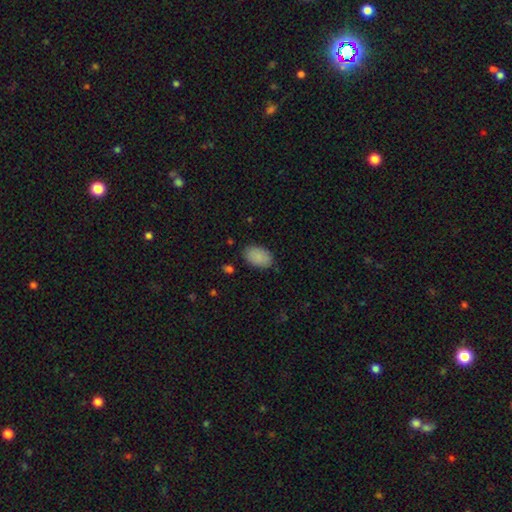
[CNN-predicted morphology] Q: Smooth or featured?
A: smooth (88%); runner-up: star or artifact (7%)
Q: How rounded?
A: in between (92%); runner-up: round (7%)
Q: Merging?
A: none (83%); runner-up: minor disturbance (12%)